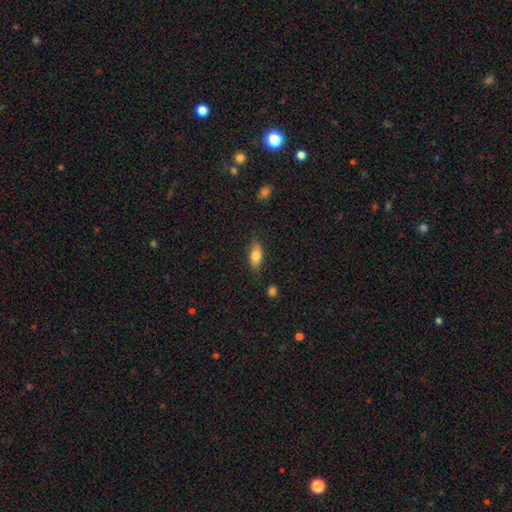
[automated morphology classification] Smooth or featured?
  - smooth: 78% *
  - featured or disk: 15%
  - star or artifact: 7%
How rounded?
  - in between: 86% *
  - cigar-shaped: 10%
  - round: 5%
Merging?
  - none: 77% *
  - minor disturbance: 17%
  - major disturbance: 4%
  - merger: 2%